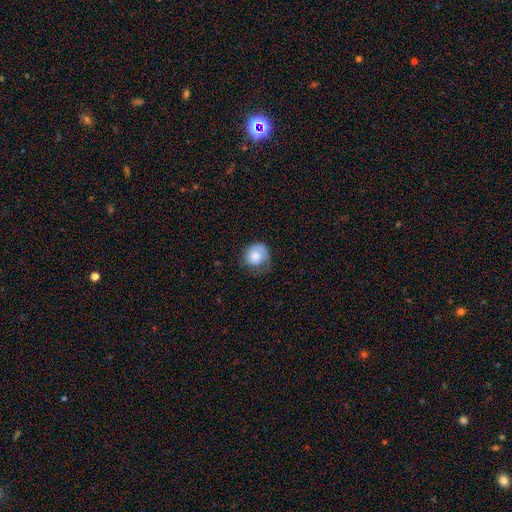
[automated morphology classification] Smooth or featured?
  - smooth: 61% *
  - featured or disk: 32%
  - star or artifact: 7%
How rounded?
  - round: 81% *
  - in between: 18%
  - cigar-shaped: 1%
Merging?
  - none: 51% *
  - minor disturbance: 27%
  - major disturbance: 21%
  - merger: 2%